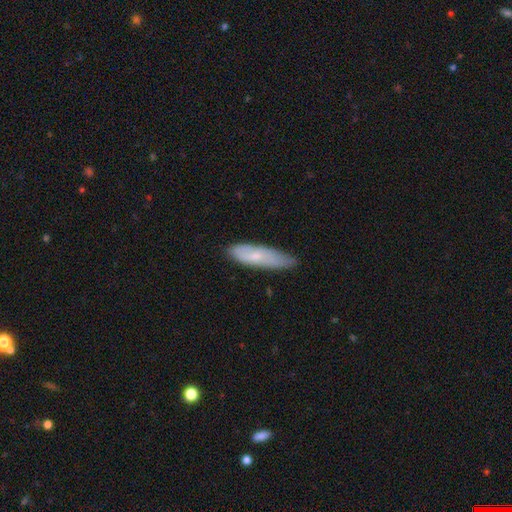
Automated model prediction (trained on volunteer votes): smooth-or-featured: smooth: 62% | featured or disk: 32% | star or artifact: 7%
  how-rounded: cigar-shaped: 60% | in between: 38% | round: 2%
  merging: none: 64% | minor disturbance: 29% | major disturbance: 5% | merger: 2%